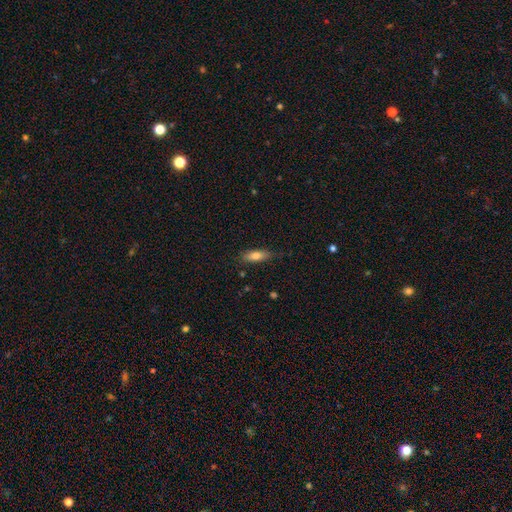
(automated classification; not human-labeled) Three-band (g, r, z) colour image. It shows a smooth galaxy with no disk features (77%) that is in between round and cigar-shaped (55%). Merging: none (80%).